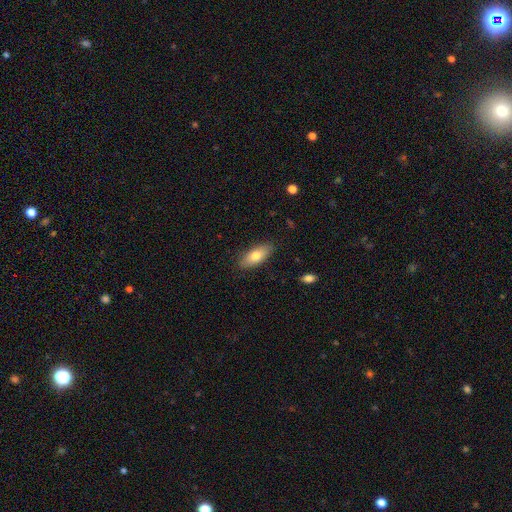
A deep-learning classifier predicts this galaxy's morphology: Overall: smooth (75%). How rounded: in between (82%). Merging: none (85%).